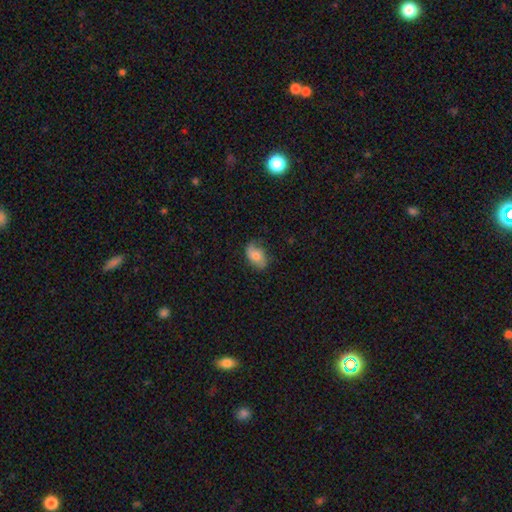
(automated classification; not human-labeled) smooth_or_featured: smooth (p=0.62) [alt: featured or disk p=0.30]
how_rounded: in between (p=0.85) [alt: round p=0.13]
merging: none (p=0.67) [alt: minor disturbance p=0.25]